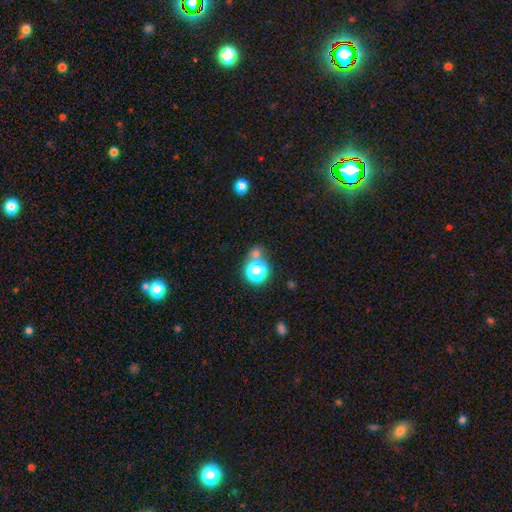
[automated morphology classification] This is possibly a smooth galaxy (48%). Merging: likely none (67%).